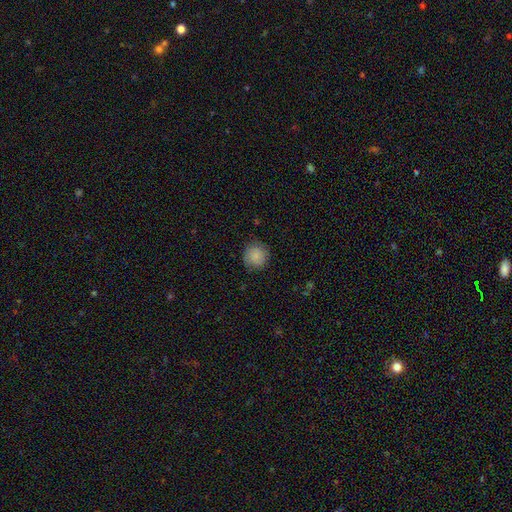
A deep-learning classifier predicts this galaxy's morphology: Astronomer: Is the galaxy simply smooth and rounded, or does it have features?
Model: smooth — 83%.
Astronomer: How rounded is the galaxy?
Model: round — 90%.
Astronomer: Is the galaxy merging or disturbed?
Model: none — 81%.